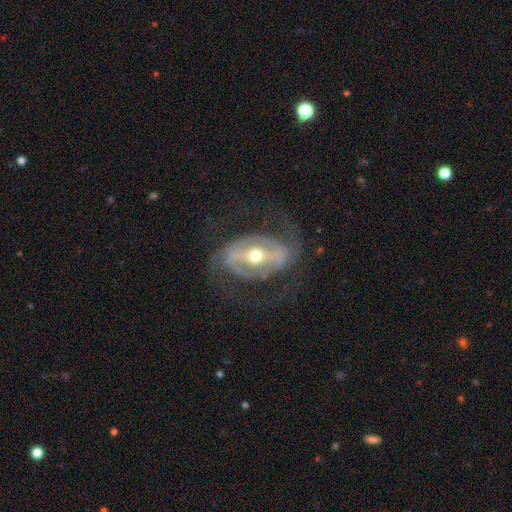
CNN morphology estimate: This appears to be a featured or disk galaxy (87%) with a strong bar (62%), 2 (83%) medium (48%) spiral arms (83%) and a moderate central bulge (73%). Merging: none (68%).